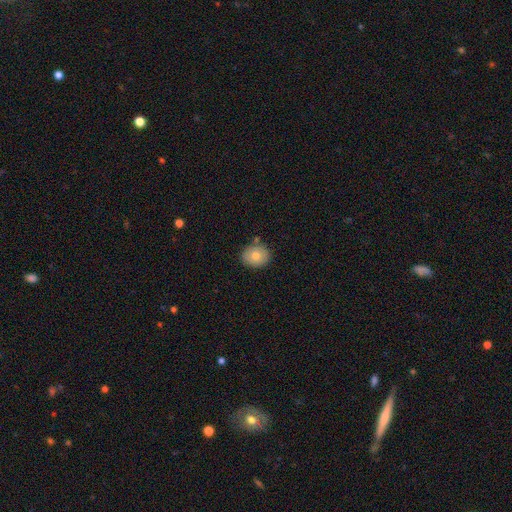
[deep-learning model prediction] smooth 76%, featured or disk 16%, star or artifact 8%. Down the decision tree: how rounded — round (56%); merging — none (81%).